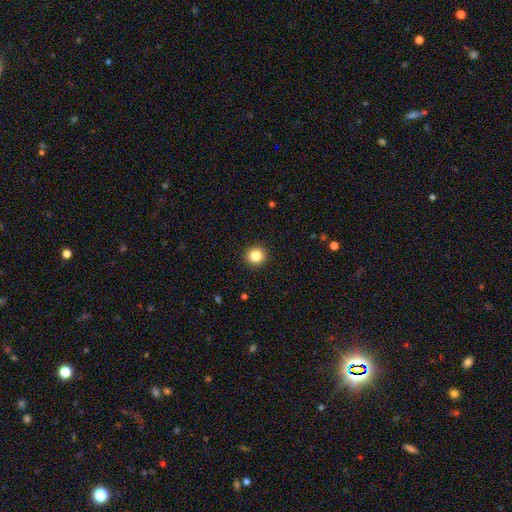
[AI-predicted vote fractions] Smooth or featured?
  - smooth: 84% *
  - star or artifact: 11%
  - featured or disk: 5%
How rounded?
  - round: 91% *
  - in between: 8%
  - cigar-shaped: 1%
Merging?
  - none: 93% *
  - minor disturbance: 5%
  - major disturbance: 2%
  - merger: 1%